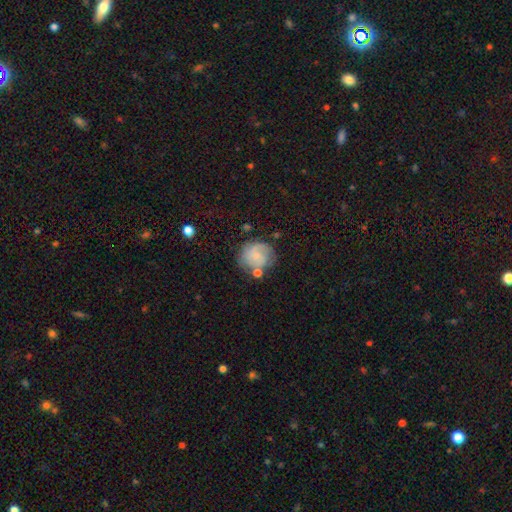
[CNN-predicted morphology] Overall: featured or disk (49%; smooth 42%). Merging: none (62%).